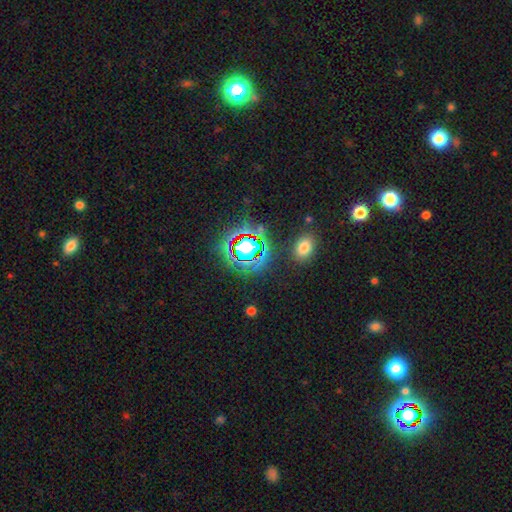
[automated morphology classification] A star or artifact, not a galaxy (75%).